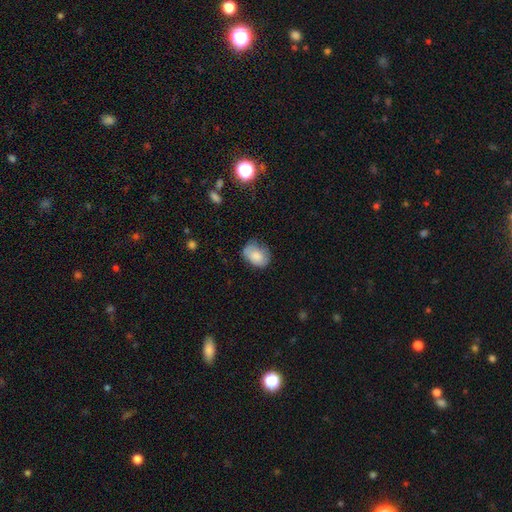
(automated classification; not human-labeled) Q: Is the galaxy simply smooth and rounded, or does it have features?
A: smooth — 80%.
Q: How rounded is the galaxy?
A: in between — 74%.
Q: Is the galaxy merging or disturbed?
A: none — 59%.